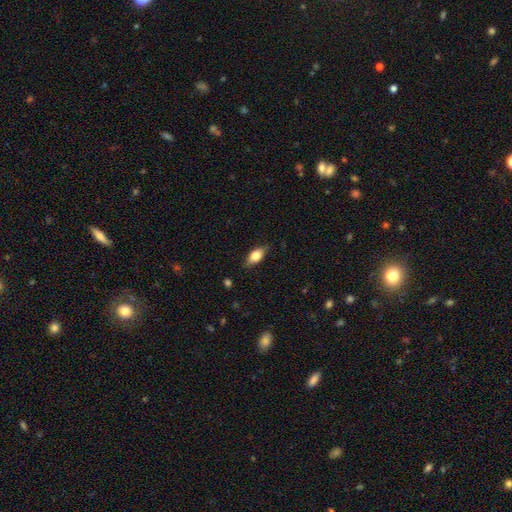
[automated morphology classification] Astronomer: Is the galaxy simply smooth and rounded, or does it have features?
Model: smooth — 71%.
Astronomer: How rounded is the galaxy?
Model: in between — 83%.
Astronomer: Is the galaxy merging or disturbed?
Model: none — 79%.